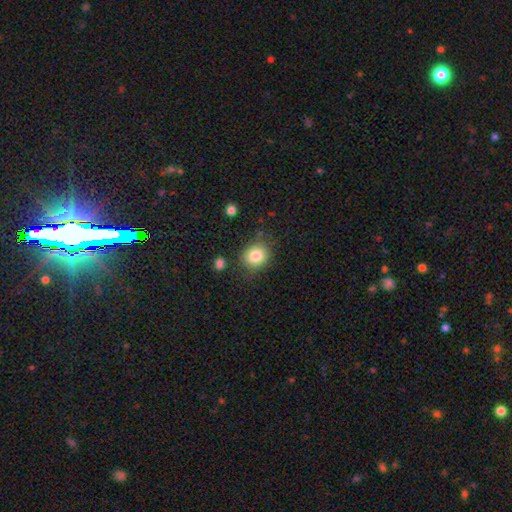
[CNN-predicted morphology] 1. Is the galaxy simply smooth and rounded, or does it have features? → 83% smooth, 9% star or artifact, 7% featured or disk.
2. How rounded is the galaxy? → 68% round, 31% in between, 1% cigar-shaped.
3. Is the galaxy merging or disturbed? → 79% none, 13% minor disturbance, 4% major disturbance, 4% merger.